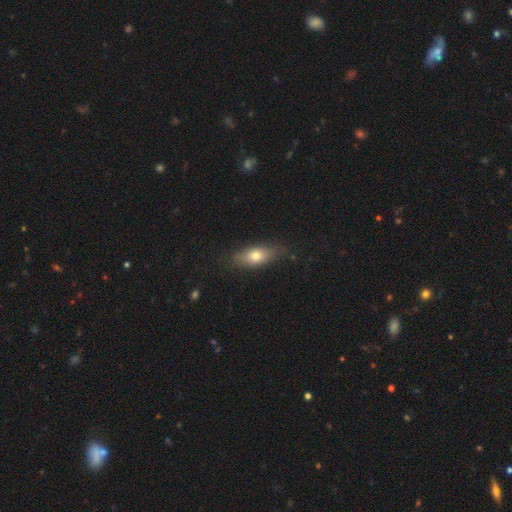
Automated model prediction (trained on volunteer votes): Morphology: type=smooth (72%); roundness=in between (76%); merging=none (79%).